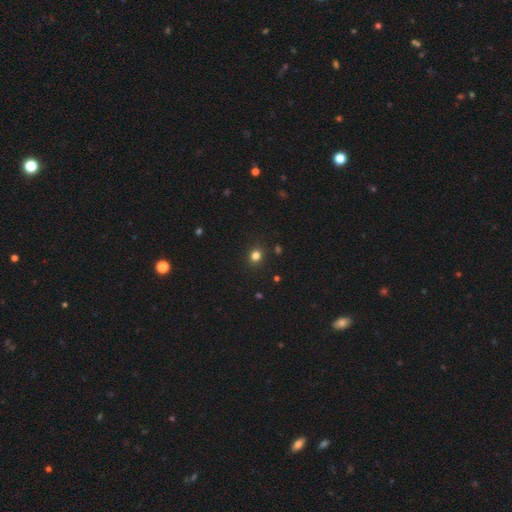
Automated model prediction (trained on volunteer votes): This is clearly a smooth galaxy (80%). How rounded: likely round (76%). Merging: clearly none (90%).